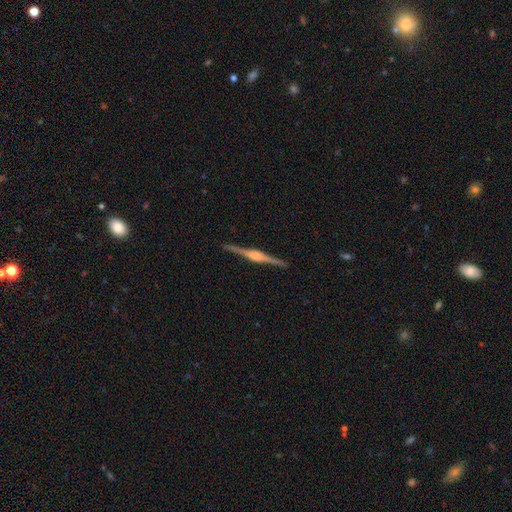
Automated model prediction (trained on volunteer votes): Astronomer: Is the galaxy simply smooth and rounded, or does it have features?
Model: featured or disk — 86%.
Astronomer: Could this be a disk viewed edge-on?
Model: yes — 99%.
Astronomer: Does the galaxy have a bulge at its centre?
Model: rounded — 73%.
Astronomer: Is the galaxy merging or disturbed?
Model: none — 92%.